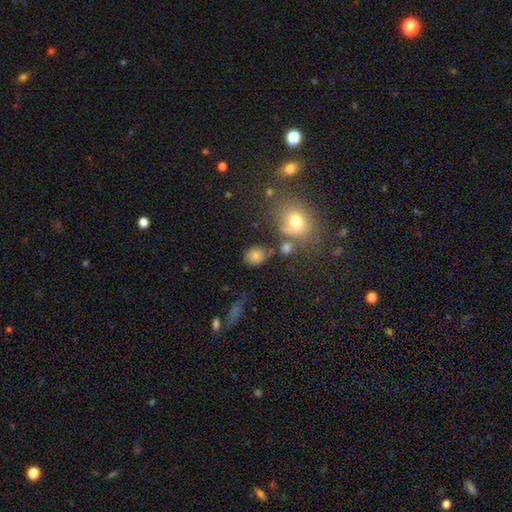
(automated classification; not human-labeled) Q: Smooth or featured?
A: smooth (80%); runner-up: star or artifact (12%)
Q: How rounded?
A: round (55%); runner-up: in between (44%)
Q: Merging?
A: none (74%); runner-up: minor disturbance (14%)